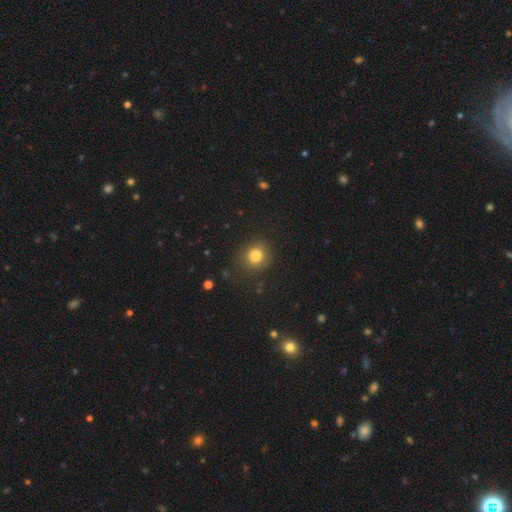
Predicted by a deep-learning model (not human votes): Morphology: type=smooth (82%); roundness=round (81%); merging=none (81%).